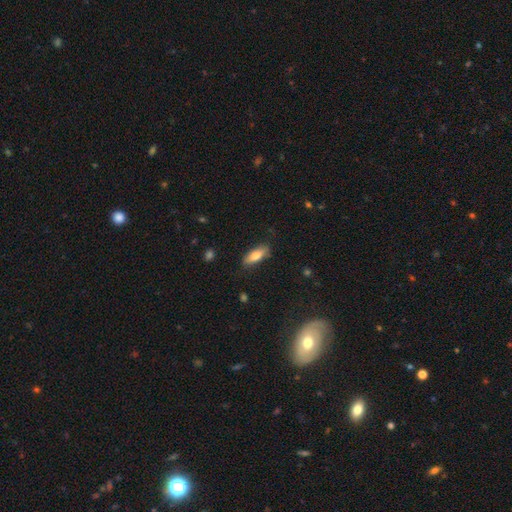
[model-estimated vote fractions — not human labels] The model was most divided on "how rounded": in between: 66%, cigar-shaped: 32%, round: 2%. More confident: merging — none (80%); smooth or featured — smooth (77%).